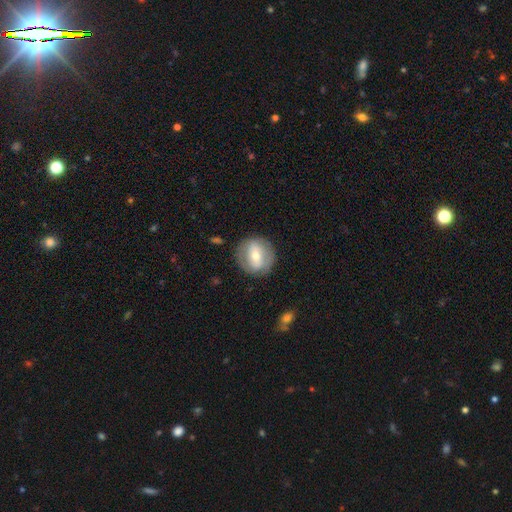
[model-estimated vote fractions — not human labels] Morphology: type=featured or disk (51%); edge-on=no (92%); merging=none (82%).